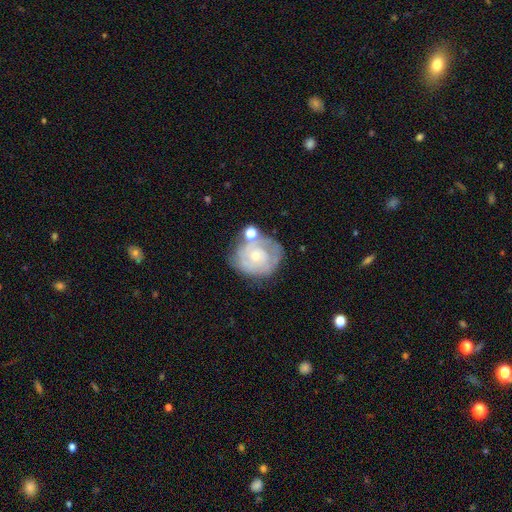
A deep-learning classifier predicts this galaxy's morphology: smooth_or_featured: featured or disk (p=0.71) [alt: smooth p=0.22]
disk_edge_on: no (p=0.98) [alt: yes p=0.02]
bar: no (p=0.82) [alt: weak p=0.16]
has_spiral_arms: yes (p=0.78) [alt: no p=0.22]
spiral_winding: tight (p=0.68) [alt: medium p=0.24]
spiral_arm_count: can't tell (p=0.46) [alt: 2 p=0.24]
bulge_size: small (p=0.68) [alt: moderate p=0.28]
merging: none (p=0.53) [alt: minor disturbance p=0.22]